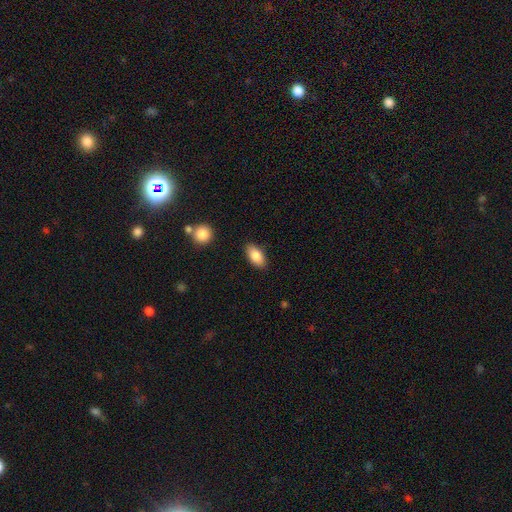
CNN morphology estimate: This is clearly a smooth galaxy (85%). How rounded: clearly in between (91%). Merging: clearly none (87%).